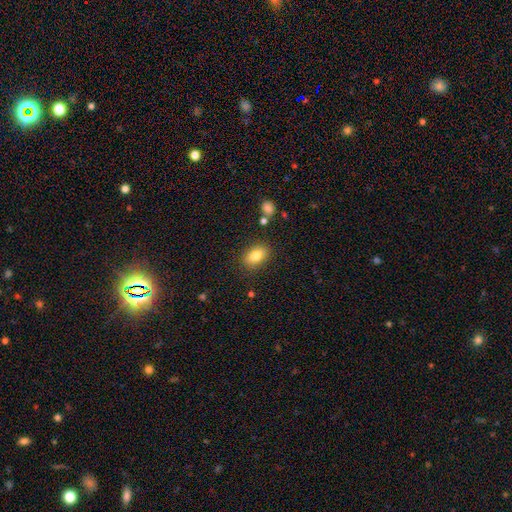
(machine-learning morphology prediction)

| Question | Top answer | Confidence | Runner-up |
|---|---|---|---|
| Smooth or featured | smooth | 81% | featured or disk (10%) |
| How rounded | in between | 84% | round (14%) |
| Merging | none | 84% | minor disturbance (10%) |